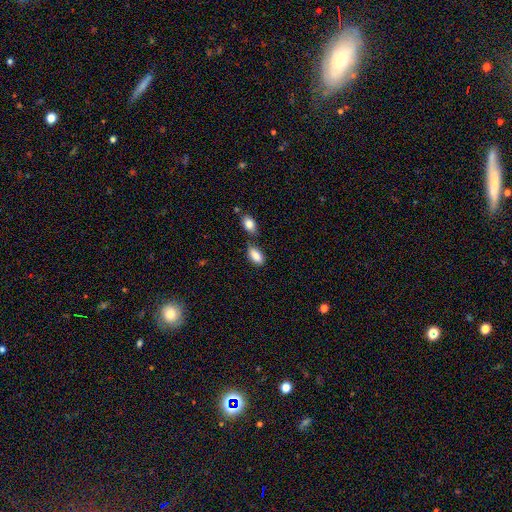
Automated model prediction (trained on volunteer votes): A smooth galaxy with no disk features (86%) that is in between round and cigar-shaped (92%). Merging: none (61%).